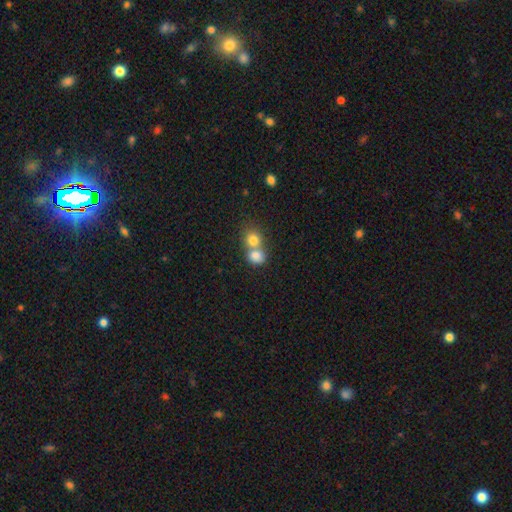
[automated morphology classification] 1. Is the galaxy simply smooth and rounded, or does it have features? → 80% smooth, 10% featured or disk, 10% star or artifact.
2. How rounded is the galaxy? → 69% round, 30% in between, 1% cigar-shaped.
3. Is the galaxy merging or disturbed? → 61% merger, 30% none, 6% minor disturbance, 3% major disturbance.